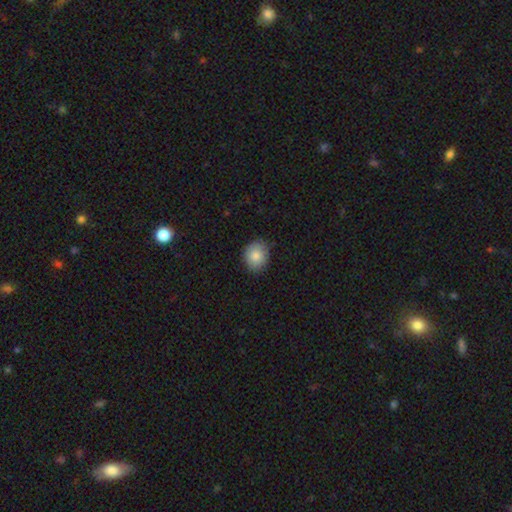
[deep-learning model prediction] A smooth galaxy with no disk features (84%) that is round (68%). Merging: none (84%).